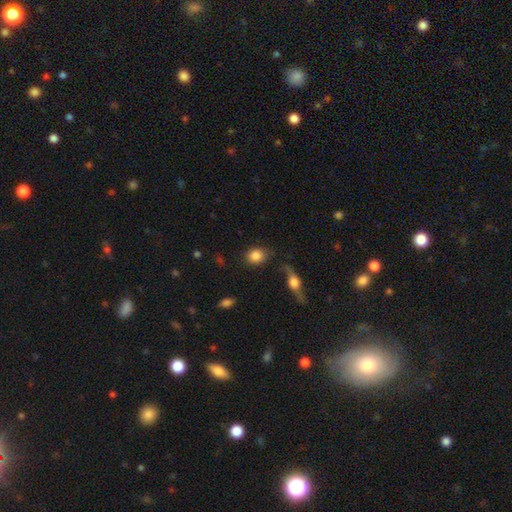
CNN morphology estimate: smooth_or_featured: smooth (p=0.84) [alt: featured or disk p=0.08]
how_rounded: round (p=0.54) [alt: in between p=0.44]
merging: none (p=0.74) [alt: minor disturbance p=0.15]